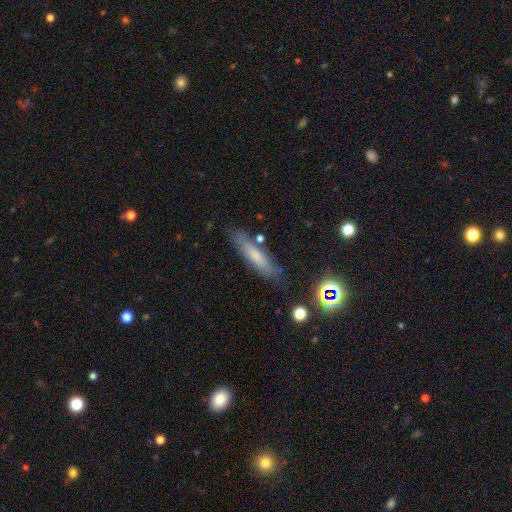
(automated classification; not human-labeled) smooth 63%, featured or disk 26%, star or artifact 10%. Down the decision tree: how rounded — cigar-shaped (81%); merging — none (76%).